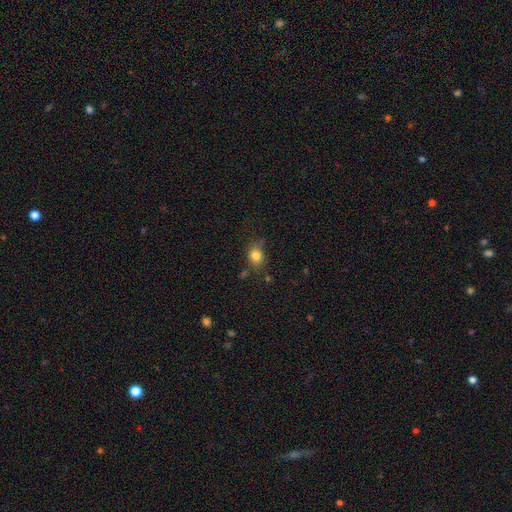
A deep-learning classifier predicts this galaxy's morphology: smooth_or_featured: smooth (p=0.82) [alt: star or artifact p=0.11]
how_rounded: round (p=0.60) [alt: in between p=0.39]
merging: none (p=0.67) [alt: minor disturbance p=0.22]